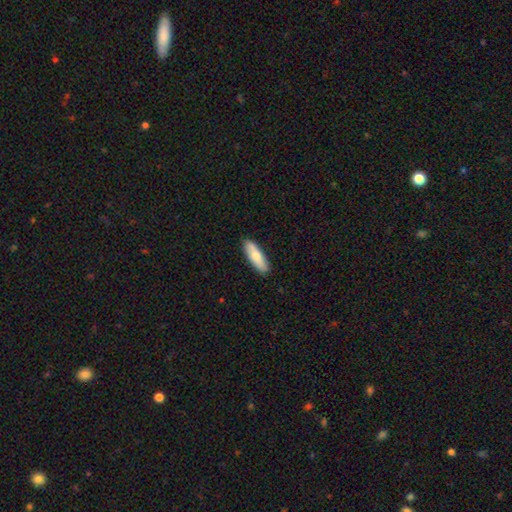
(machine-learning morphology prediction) Smooth or featured? smooth (76%)
How rounded? in between (51%)
Merging? none (88%)